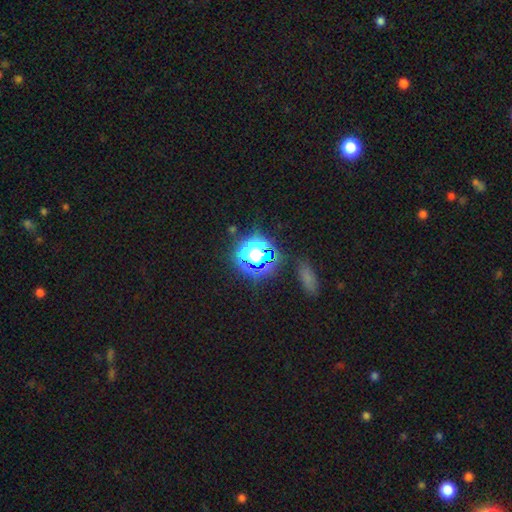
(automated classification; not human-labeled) Morphology: type=star or artifact (64%).